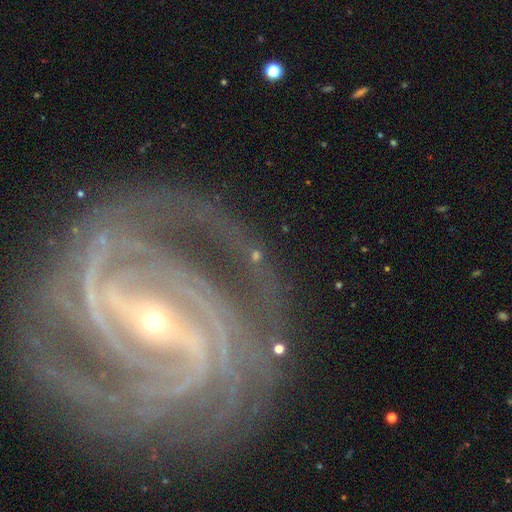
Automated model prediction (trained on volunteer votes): This is possibly a featured or disk galaxy (57%). It is clearly not viewed edge-on (83%). Merging: likely none (66%).